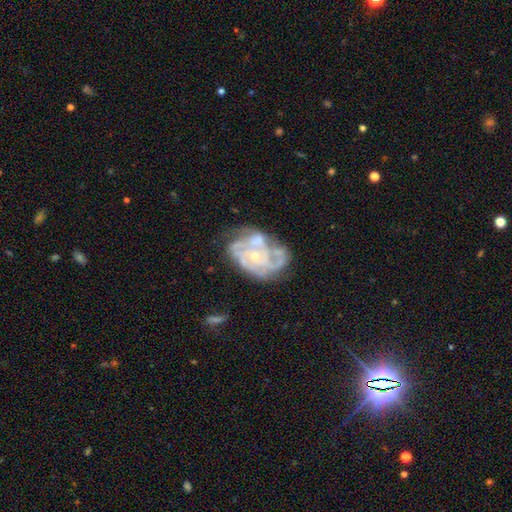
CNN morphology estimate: smooth-or-featured: featured or disk: 83% | smooth: 10% | star or artifact: 7%
  disk-edge-on: no: 97% | yes: 3%
    bar: no: 78% | weak: 18% | strong: 4%
    has-spiral-arms: yes: 85% | no: 15%
      spiral-winding: tight: 59% | medium: 31% | loose: 9%
      spiral-arm-count: can't tell: 37% | 3: 22% | 4: 17% | 2: 13% | more than 4: 6% | 1: 5%
    bulge-size: small: 65% | moderate: 30% | none: 3% | large: 1% | dominant: 1%
  merging: none: 50% | minor disturbance: 24% | major disturbance: 16% | merger: 9%